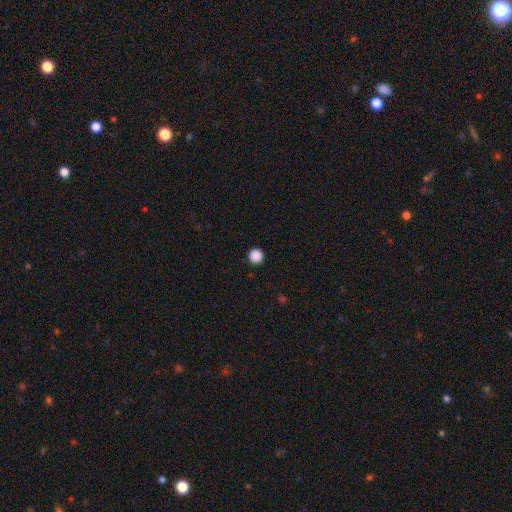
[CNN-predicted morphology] Q: Smooth or featured?
A: smooth (88%); runner-up: star or artifact (10%)
Q: How rounded?
A: round (96%); runner-up: in between (3%)
Q: Merging?
A: none (94%); runner-up: minor disturbance (4%)